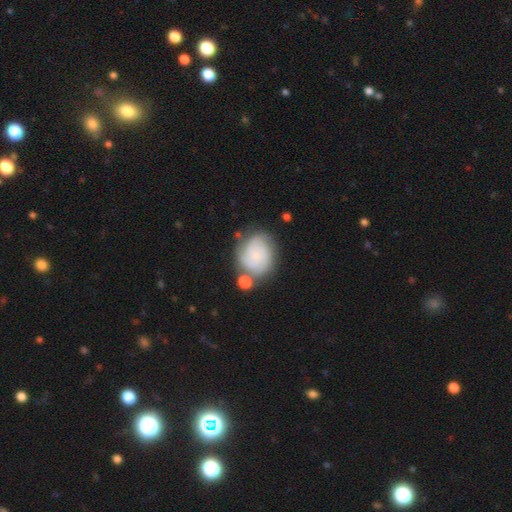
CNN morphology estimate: smooth-or-featured: featured or disk: 54% | smooth: 38% | star or artifact: 8%
  disk-edge-on: no: 98% | yes: 2%
    bar: no: 74% | weak: 22% | strong: 3%
    has-spiral-arms: yes: 89% | no: 11%
    bulge-size: small: 60% | none: 24% | moderate: 11% | large: 3% | dominant: 2%
  merging: none: 60% | minor disturbance: 19% | merger: 12% | major disturbance: 8%